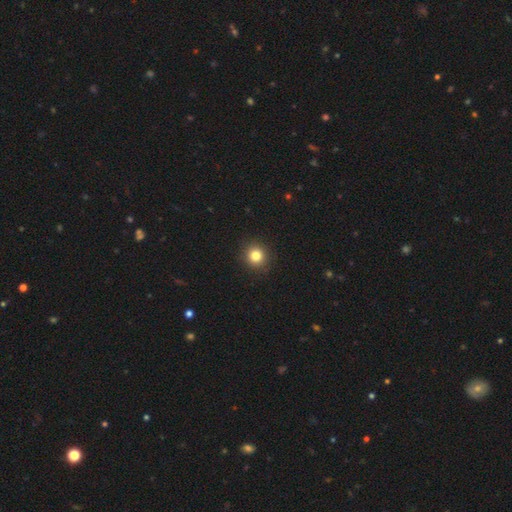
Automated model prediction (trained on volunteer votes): smooth_or_featured: smooth (p=0.83) [alt: star or artifact p=0.12]
how_rounded: round (p=0.91) [alt: in between p=0.08]
merging: none (p=0.92) [alt: minor disturbance p=0.05]